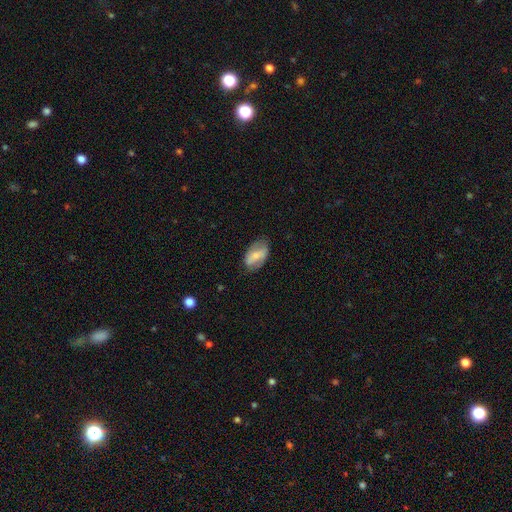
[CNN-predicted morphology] A smooth galaxy with no disk features (55%) that is in between round and cigar-shaped (92%).

Vote fractions:
- Smooth or featured? smooth: 55% / featured or disk: 39% / star or artifact: 7%
- How rounded? in between: 92% / round: 6% / cigar-shaped: 3%
- Merging? none: 72% / minor disturbance: 21% / major disturbance: 6% / merger: 1%